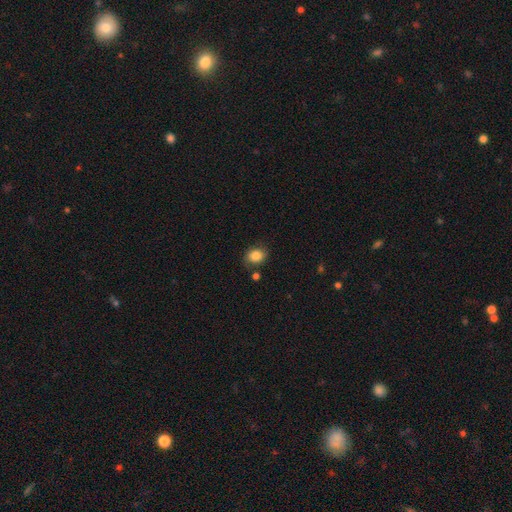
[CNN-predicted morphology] smooth_or_featured: smooth (p=0.83) [alt: star or artifact p=0.09]
how_rounded: in between (p=0.54) [alt: round p=0.45]
merging: none (p=0.73) [alt: minor disturbance p=0.17]